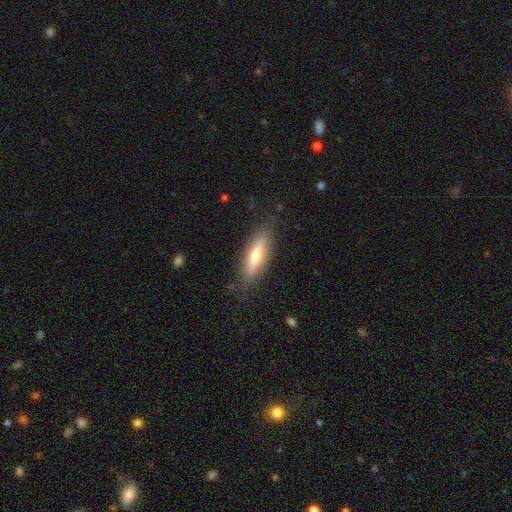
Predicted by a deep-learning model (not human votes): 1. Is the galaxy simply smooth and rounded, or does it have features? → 56% smooth, 38% featured or disk, 7% star or artifact.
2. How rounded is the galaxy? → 66% cigar-shaped, 32% in between, 2% round.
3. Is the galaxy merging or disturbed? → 85% none, 11% minor disturbance, 3% major disturbance, 1% merger.